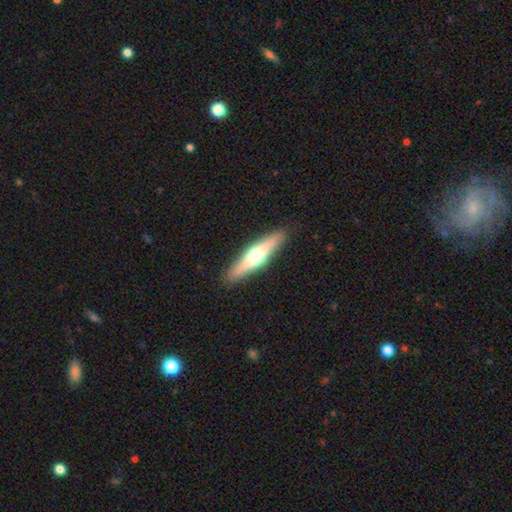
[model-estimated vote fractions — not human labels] A featured or disk galaxy (59%) viewed edge-on (94%) with a rounded central bulge (94%).

Vote fractions:
- Smooth or featured? featured or disk: 59% / smooth: 36% / star or artifact: 5%
- Edge-on disk? yes: 94% / no: 6%
- Edge-on bulge? rounded: 94% / boxy: 3% / none: 3%
- Merging? none: 91% / minor disturbance: 7% / major disturbance: 2% / merger: 1%